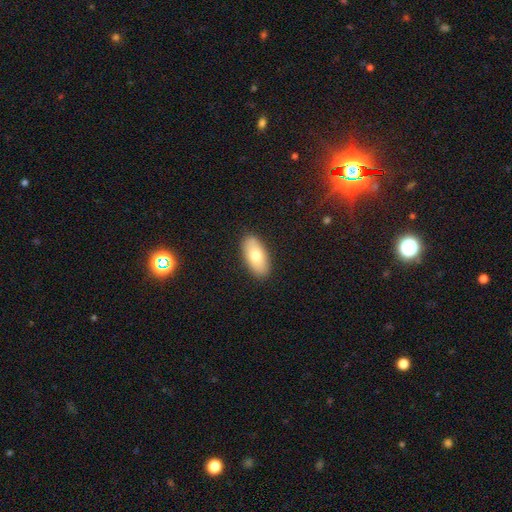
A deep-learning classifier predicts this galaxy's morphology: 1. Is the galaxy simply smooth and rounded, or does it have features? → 75% smooth, 19% featured or disk, 6% star or artifact.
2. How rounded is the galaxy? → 92% in between, 5% cigar-shaped, 3% round.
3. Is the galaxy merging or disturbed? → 89% none, 8% minor disturbance, 2% major disturbance, 1% merger.